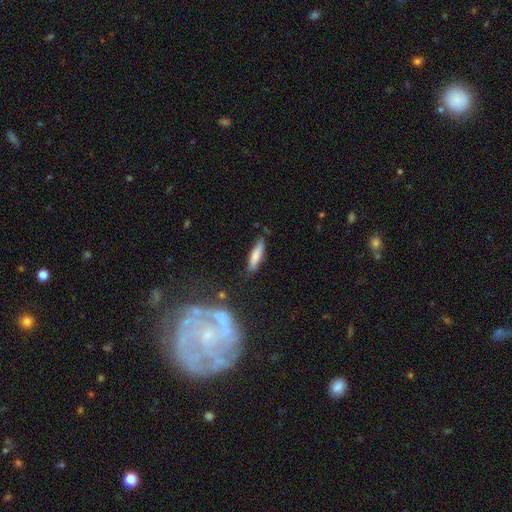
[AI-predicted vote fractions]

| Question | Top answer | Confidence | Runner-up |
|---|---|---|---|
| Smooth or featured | smooth | 75% | featured or disk (18%) |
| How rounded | cigar-shaped | 73% | in between (25%) |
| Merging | none | 80% | minor disturbance (14%) |